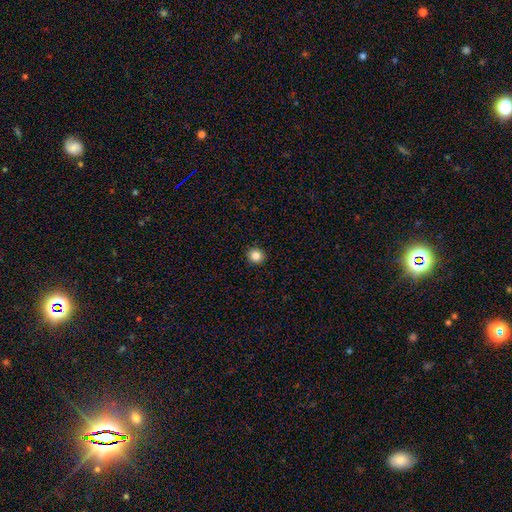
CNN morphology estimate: type=smooth (84%); roundness=round (93%); merging=none (93%).